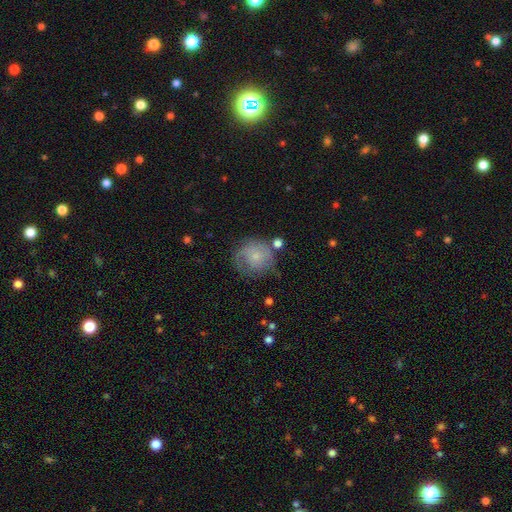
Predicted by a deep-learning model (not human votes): smooth 48%, featured or disk 43%, star or artifact 8%. Down the decision tree: merging — none (57%).